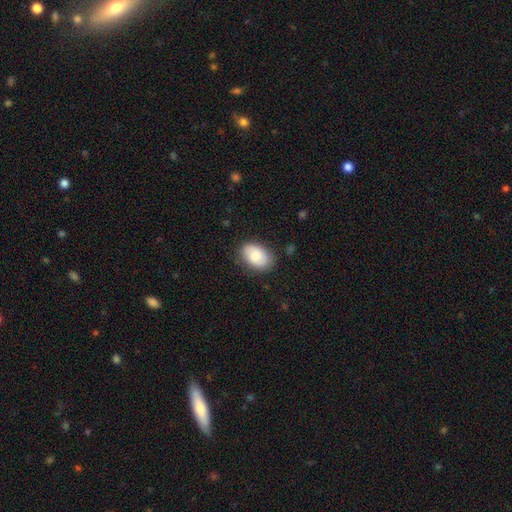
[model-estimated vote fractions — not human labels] Overall: smooth (75%). How rounded: in between (84%). Merging: none (80%).